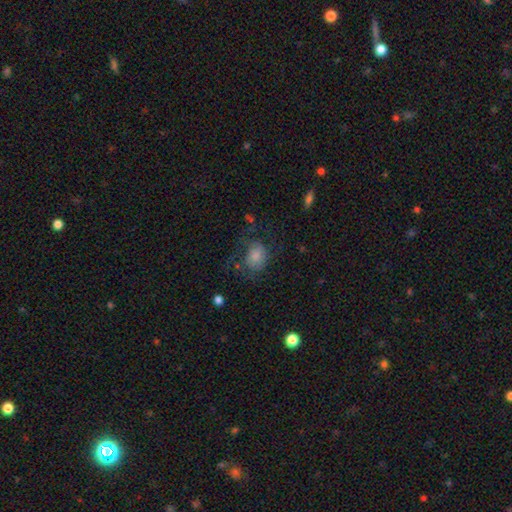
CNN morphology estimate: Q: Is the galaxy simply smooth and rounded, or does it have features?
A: smooth — 51%.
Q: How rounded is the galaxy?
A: round — 53%.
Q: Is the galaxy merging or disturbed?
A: none — 51%.